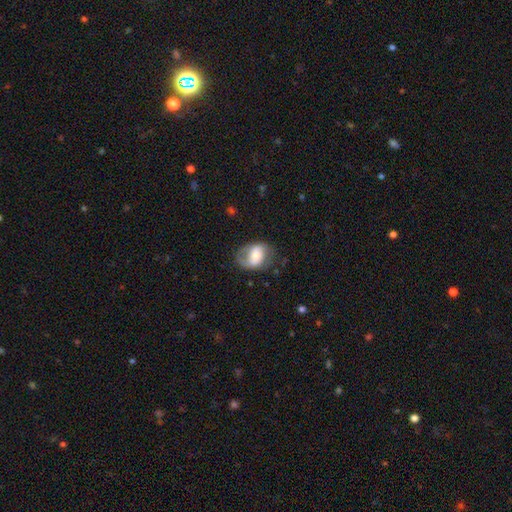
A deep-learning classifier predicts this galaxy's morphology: The model was most divided on "smooth or featured": smooth: 48%, featured or disk: 45%, star or artifact: 7%. More confident: merging — none (53%).